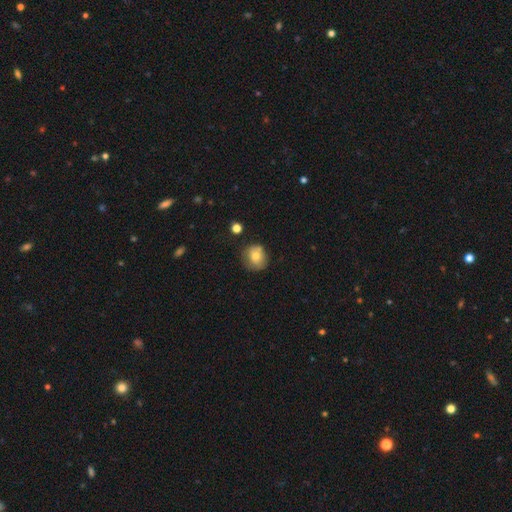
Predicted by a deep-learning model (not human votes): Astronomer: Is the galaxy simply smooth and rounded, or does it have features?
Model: smooth — 75%.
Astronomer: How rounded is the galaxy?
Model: round — 82%.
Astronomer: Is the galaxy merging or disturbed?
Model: none — 67%.